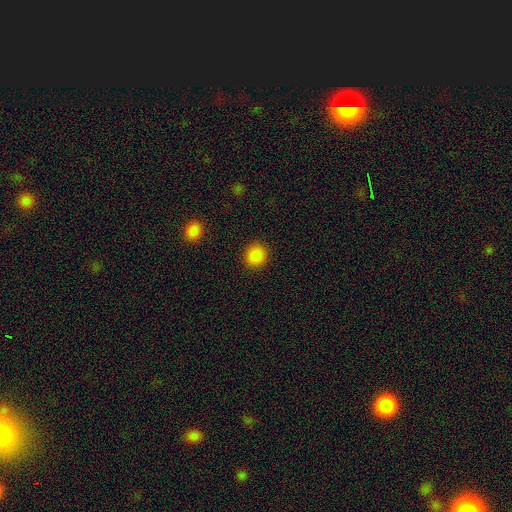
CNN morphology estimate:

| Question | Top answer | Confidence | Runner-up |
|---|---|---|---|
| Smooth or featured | smooth | 87% | star or artifact (10%) |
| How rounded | round | 84% | in between (15%) |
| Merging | none | 91% | minor disturbance (6%) |